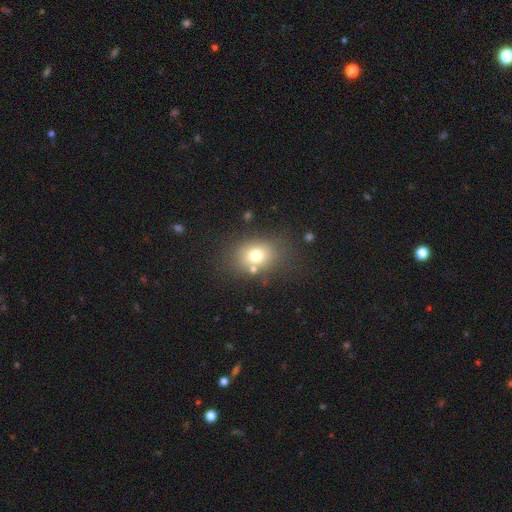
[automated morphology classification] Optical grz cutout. It shows a smooth galaxy with no disk features (72%) that is in between round and cigar-shaped (57%). Merging: none (69%).